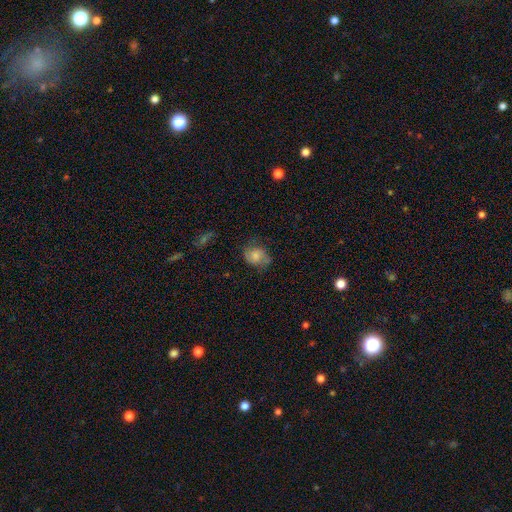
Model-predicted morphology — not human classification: A smooth galaxy with no disk features (67%) that is round (55%).

Vote fractions:
- Smooth or featured? smooth: 67% / featured or disk: 23% / star or artifact: 10%
- How rounded? round: 55% / in between: 44% / cigar-shaped: 1%
- Merging? none: 58% / minor disturbance: 28% / major disturbance: 12% / merger: 2%